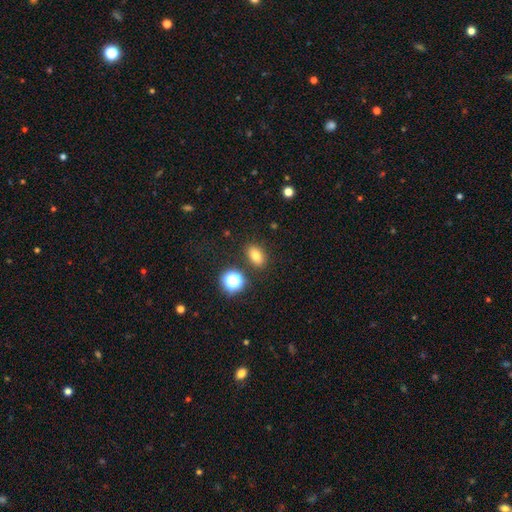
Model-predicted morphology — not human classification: This appears to be a smooth galaxy with no disk features (75%) that is in between round and cigar-shaped (78%). Merging: none (83%).